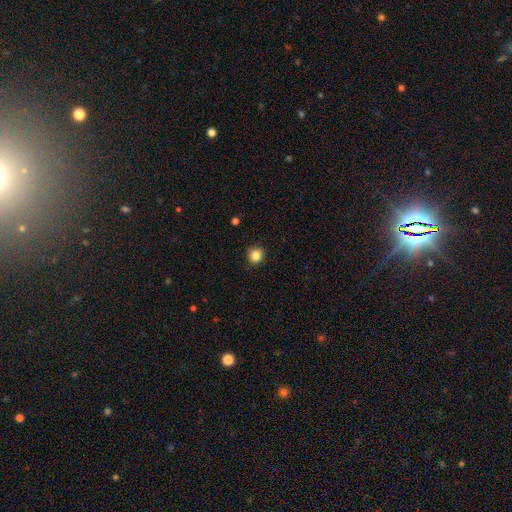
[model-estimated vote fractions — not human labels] Smooth or featured: smooth — 85% (star or artifact — 11%)
How rounded: round — 90% (in between — 9%)
Merging: none — 89% (minor disturbance — 8%)